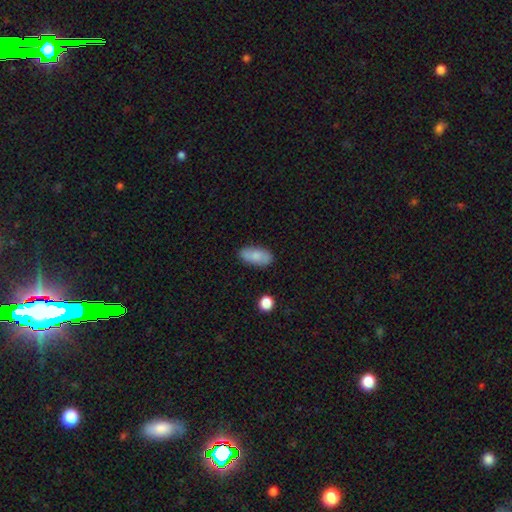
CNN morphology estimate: The model was most divided on "smooth or featured": smooth: 78%, featured or disk: 14%, star or artifact: 7%. More confident: how rounded — in between (91%); merging — none (79%).